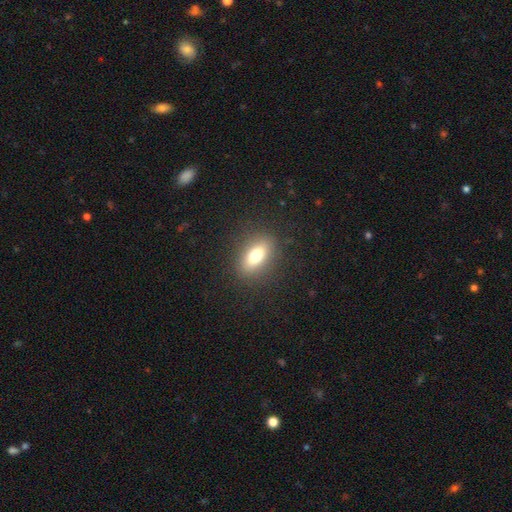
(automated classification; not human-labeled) smooth_or_featured: smooth (p=0.75) [alt: featured or disk p=0.16]
how_rounded: in between (p=0.80) [alt: cigar-shaped p=0.11]
merging: none (p=0.86) [alt: minor disturbance p=0.09]